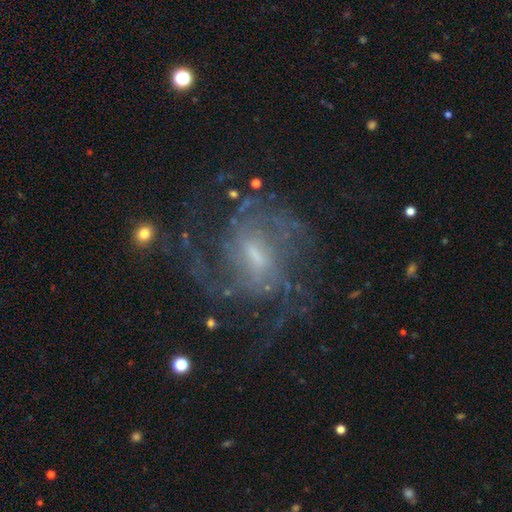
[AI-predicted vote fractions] featured or disk 86%, star or artifact 8%, smooth 6%. Down the decision tree: edge-on disk — no (97%); bar — weak (60%); spiral arms — yes (95%); spiral arm count — 2 (30%); spiral winding — medium (47%); bulge size — small (48%); merging — none (62%).